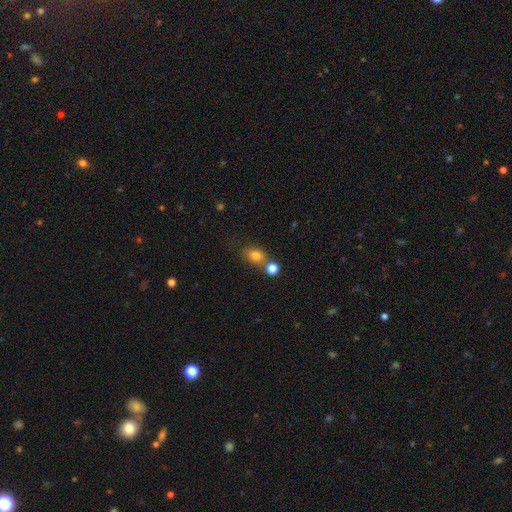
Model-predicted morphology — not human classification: Overall: smooth (80%). How rounded: in between (55%; round 44%). Merging: none (56%; merger 27%).